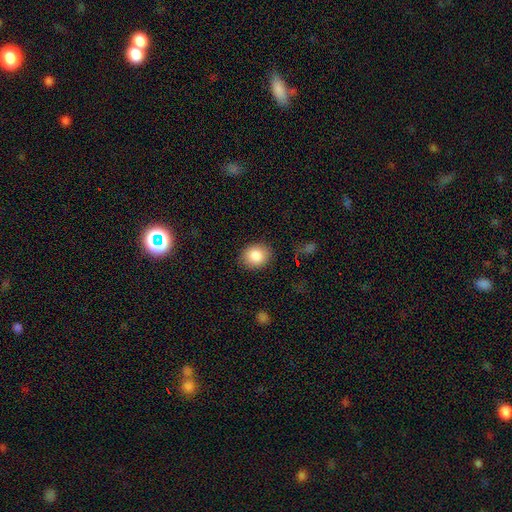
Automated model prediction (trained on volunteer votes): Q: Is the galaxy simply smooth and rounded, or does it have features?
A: smooth — 87%.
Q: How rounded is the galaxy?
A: round — 62%.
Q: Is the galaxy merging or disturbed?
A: none — 87%.